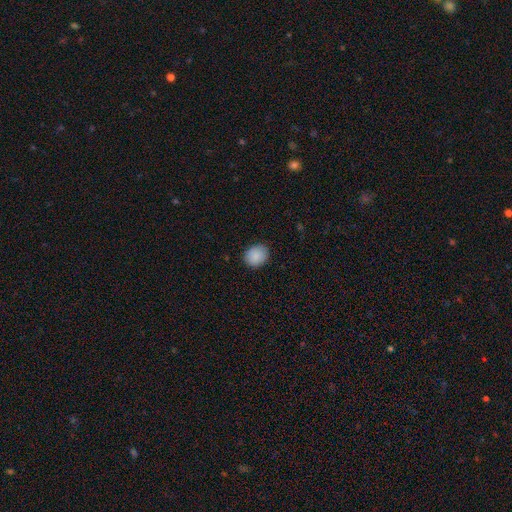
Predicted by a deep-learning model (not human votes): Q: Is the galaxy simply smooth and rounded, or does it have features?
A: smooth — 89%.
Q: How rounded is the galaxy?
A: round — 62%.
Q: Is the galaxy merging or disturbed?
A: none — 87%.